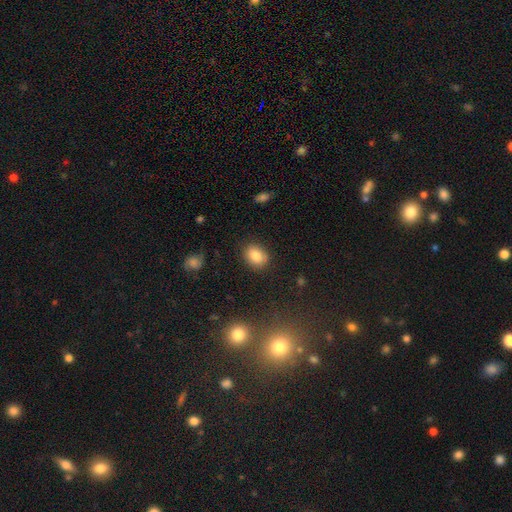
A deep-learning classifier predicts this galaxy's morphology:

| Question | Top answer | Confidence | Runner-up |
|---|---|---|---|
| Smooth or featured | smooth | 83% | star or artifact (9%) |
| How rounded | in between | 58% | round (41%) |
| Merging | none | 84% | minor disturbance (11%) |